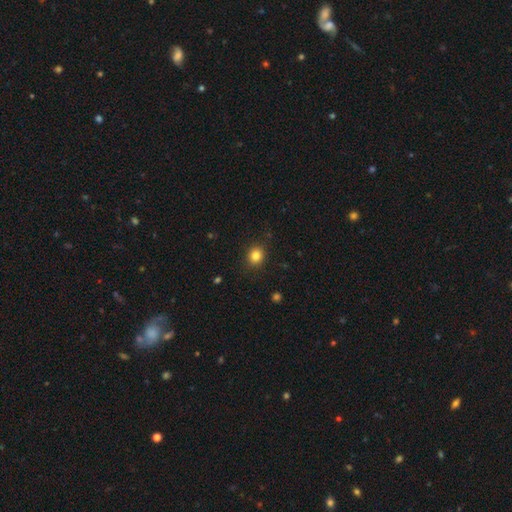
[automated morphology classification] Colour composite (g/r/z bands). It shows a smooth galaxy with no disk features (84%) that is round (74%). Merging: none (88%).